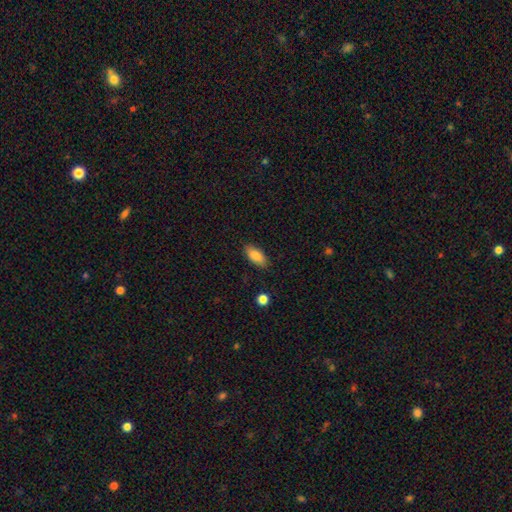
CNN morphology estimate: Smooth or featured? smooth (86%)
How rounded? in between (88%)
Merging? none (85%)